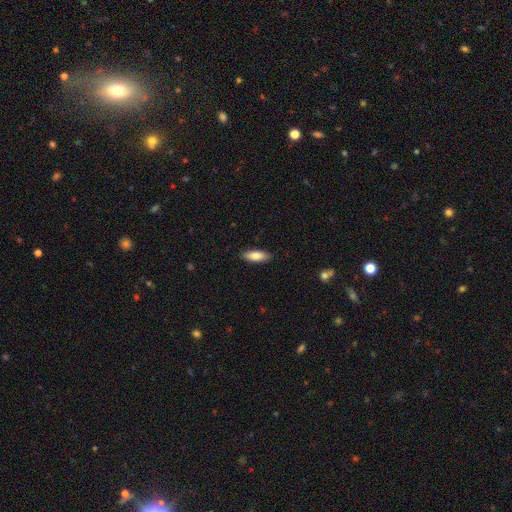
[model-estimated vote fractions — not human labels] The model was most divided on "how rounded": in between: 69%, cigar-shaped: 29%, round: 2%. More confident: merging — none (89%); smooth or featured — smooth (82%).